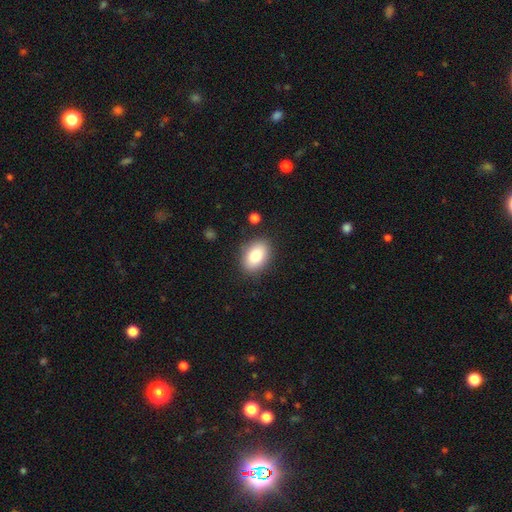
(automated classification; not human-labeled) The model was most divided on "how rounded": in between: 82%, round: 17%, cigar-shaped: 1%. More confident: merging — none (85%); smooth or featured — smooth (82%).